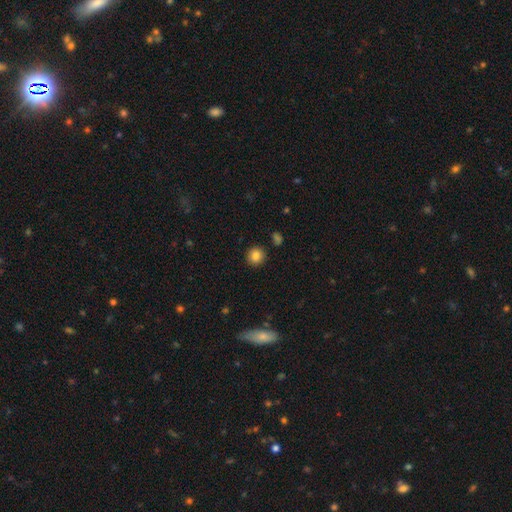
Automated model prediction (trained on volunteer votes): The model was most divided on "smooth or featured": smooth: 84%, star or artifact: 10%, featured or disk: 6%. More confident: how rounded — round (92%); merging — none (90%).